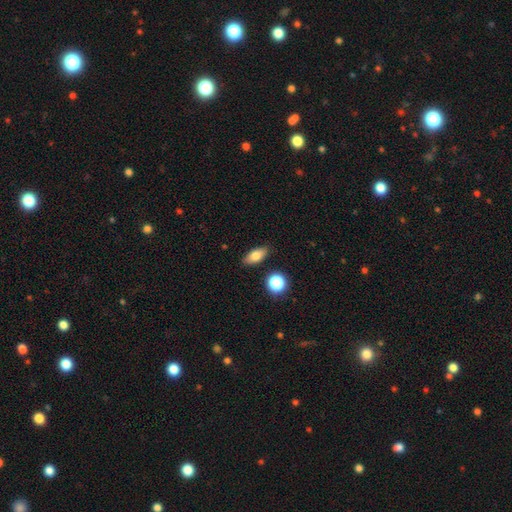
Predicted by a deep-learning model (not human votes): The model was most divided on "smooth or featured": smooth: 76%, featured or disk: 14%, star or artifact: 9%. More confident: merging — none (85%); how rounded — in between (80%).